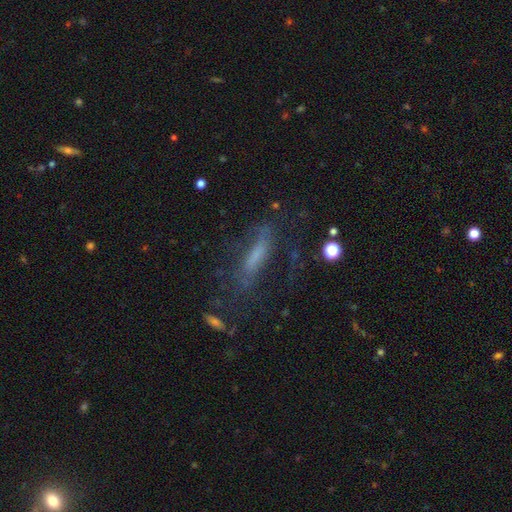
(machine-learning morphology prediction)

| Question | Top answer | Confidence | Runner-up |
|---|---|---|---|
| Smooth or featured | featured or disk | 46% | smooth (37%) |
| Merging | none | 58% | minor disturbance (20%) |